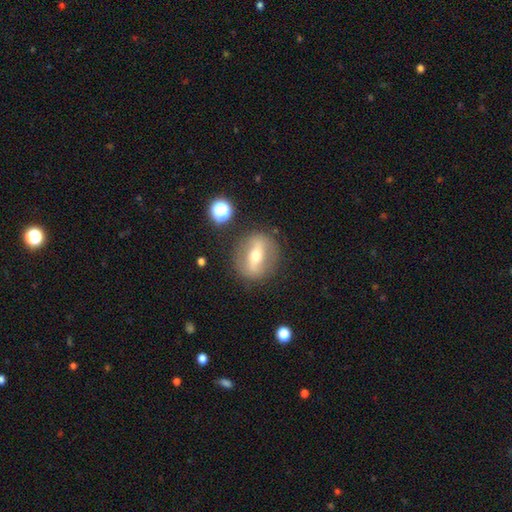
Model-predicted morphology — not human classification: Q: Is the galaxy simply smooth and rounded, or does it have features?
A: featured or disk — 61%.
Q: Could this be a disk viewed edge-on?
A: no — 70%.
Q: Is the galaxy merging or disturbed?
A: none — 83%.